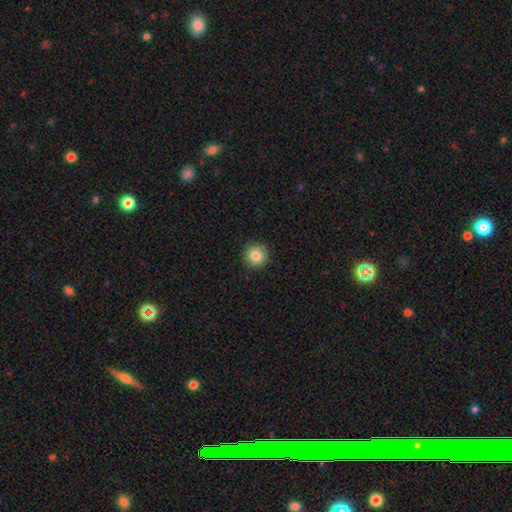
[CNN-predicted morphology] Smooth or featured?
  - smooth: 83% *
  - star or artifact: 9%
  - featured or disk: 7%
How rounded?
  - round: 95% *
  - in between: 4%
  - cigar-shaped: 1%
Merging?
  - none: 92% *
  - minor disturbance: 6%
  - major disturbance: 2%
  - merger: 1%